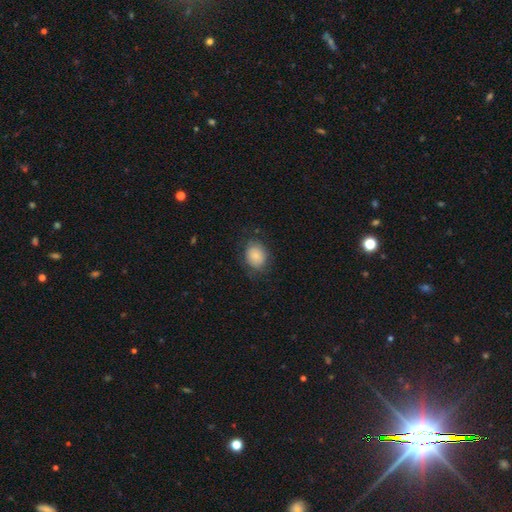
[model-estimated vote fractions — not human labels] Q: Smooth or featured?
A: smooth (83%); runner-up: featured or disk (9%)
Q: How rounded?
A: round (50%); runner-up: in between (49%)
Q: Merging?
A: none (75%); runner-up: minor disturbance (17%)